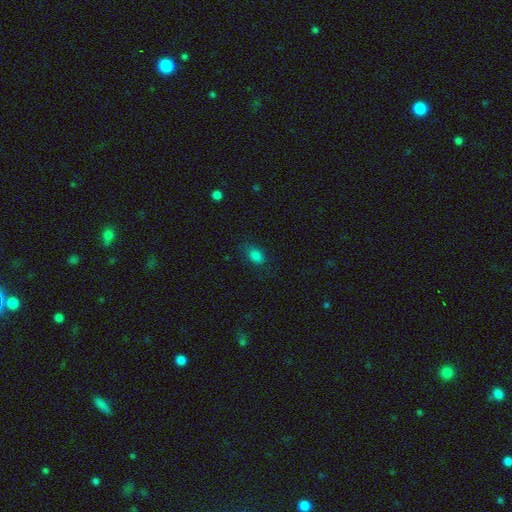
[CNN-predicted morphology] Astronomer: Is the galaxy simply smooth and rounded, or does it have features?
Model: smooth — 83%.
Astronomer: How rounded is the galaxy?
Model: in between — 84%.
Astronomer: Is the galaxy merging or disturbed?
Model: none — 73%.